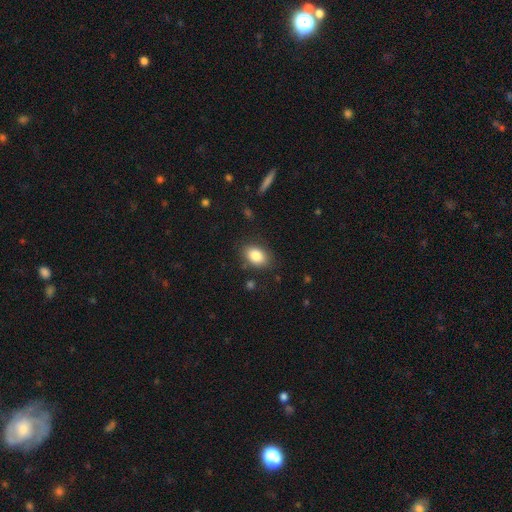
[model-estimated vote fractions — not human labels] This is clearly a smooth galaxy (85%). How rounded: clearly in between (83%). Merging: clearly none (82%).